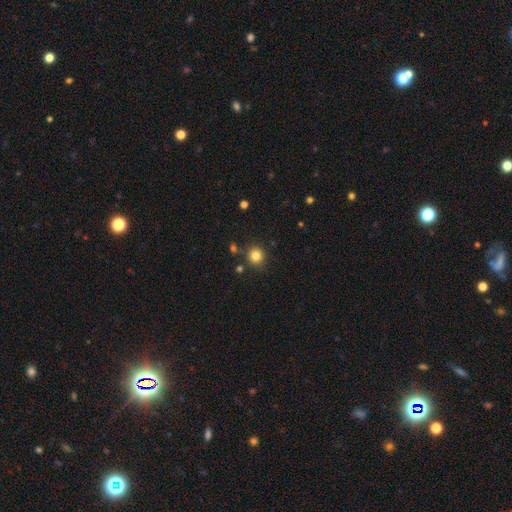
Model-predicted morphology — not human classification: smooth 82%, star or artifact 12%, featured or disk 6%. Down the decision tree: how rounded — round (92%); merging — none (85%).